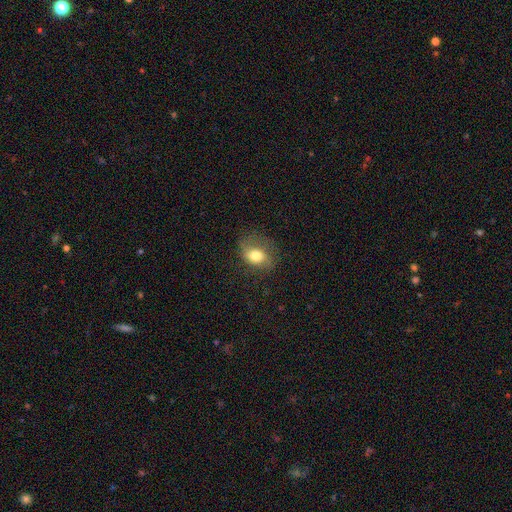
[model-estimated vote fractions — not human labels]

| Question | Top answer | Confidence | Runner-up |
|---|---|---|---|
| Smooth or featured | smooth | 70% | featured or disk (20%) |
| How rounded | in between | 65% | round (33%) |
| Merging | none | 61% | minor disturbance (24%) |